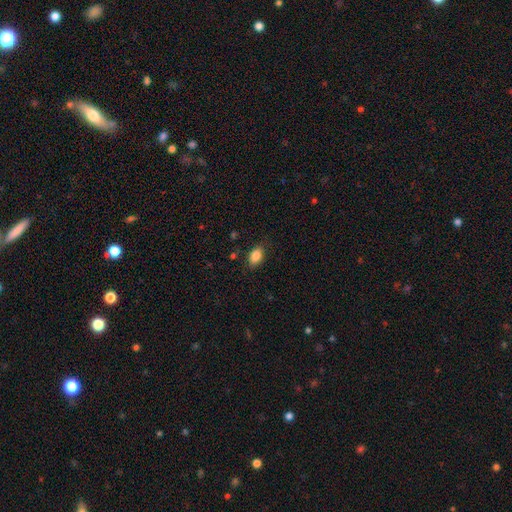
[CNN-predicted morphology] smooth-or-featured: smooth: 87% | star or artifact: 8% | featured or disk: 5%
  how-rounded: in between: 88% | round: 10% | cigar-shaped: 2%
  merging: none: 83% | minor disturbance: 12% | major disturbance: 3% | merger: 1%